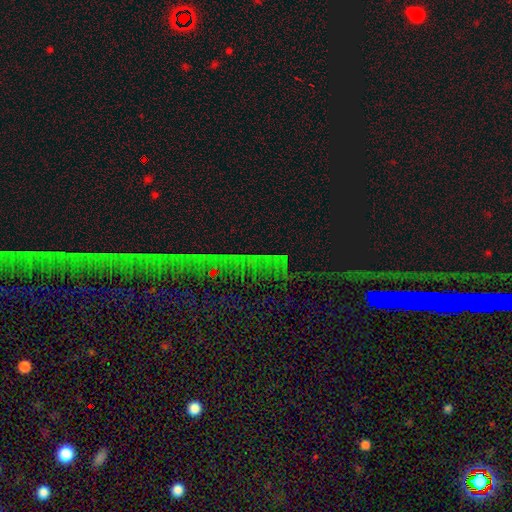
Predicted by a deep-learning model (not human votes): Q: Smooth or featured?
A: star or artifact (83%); runner-up: featured or disk (9%)